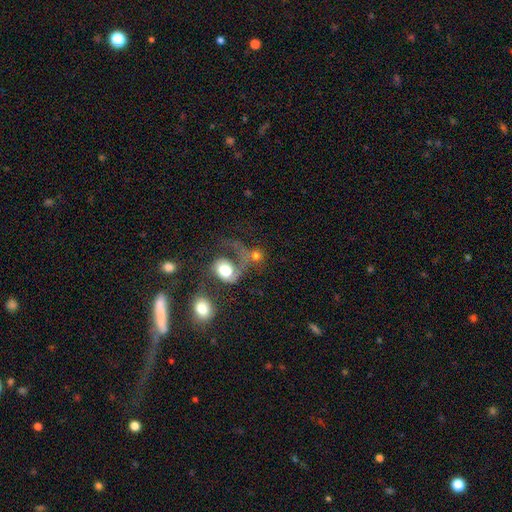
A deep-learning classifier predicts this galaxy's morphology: A smooth galaxy with no disk features (53%) that is round (71%).

Vote fractions:
- Smooth or featured? smooth: 53% / featured or disk: 36% / star or artifact: 11%
- How rounded? round: 71% / in between: 27% / cigar-shaped: 2%
- Merging? merger: 40% / major disturbance: 28% / none: 23% / minor disturbance: 9%